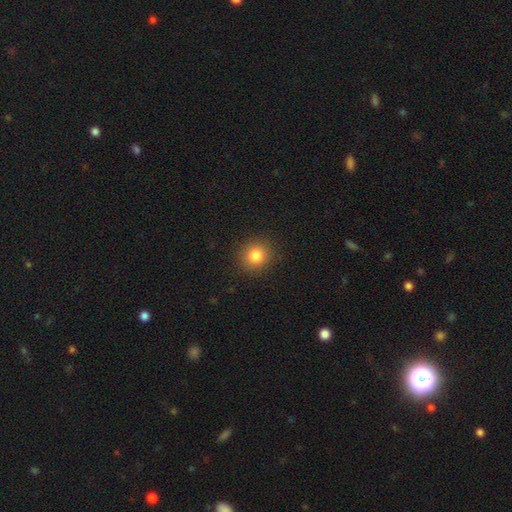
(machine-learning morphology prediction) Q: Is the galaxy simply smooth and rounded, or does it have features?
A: smooth — 83%.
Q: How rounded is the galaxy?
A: round — 89%.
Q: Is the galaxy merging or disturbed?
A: none — 90%.